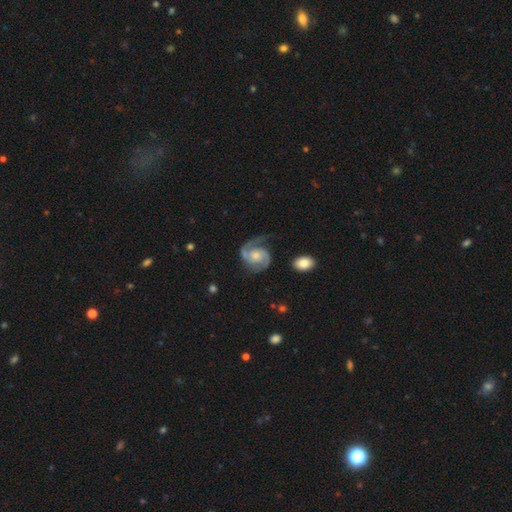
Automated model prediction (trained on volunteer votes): Smooth or featured: featured or disk — 89% (smooth — 7%)
Edge-on disk: no — 98% (yes — 2%)
Bar: no — 65% (weak — 29%)
Spiral arms: yes — 98% (no — 2%)
Spiral winding: medium — 54% (tight — 28%)
Spiral arm count: 2 — 89% (1 — 4%)
Bulge size: moderate — 47% (small — 39%)
Merging: none — 65% (minor disturbance — 19%)